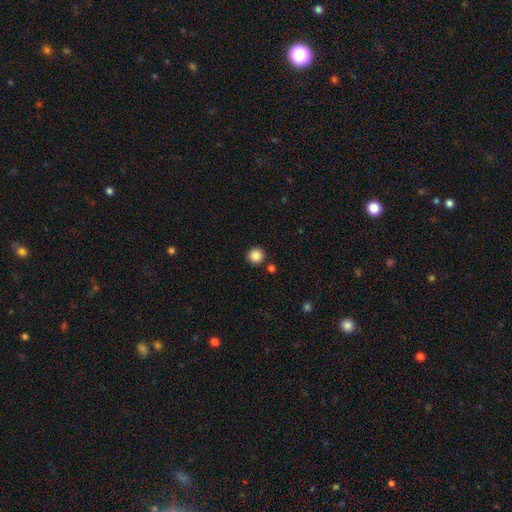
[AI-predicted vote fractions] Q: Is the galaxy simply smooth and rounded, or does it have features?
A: smooth — 86%.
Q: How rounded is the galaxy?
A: round — 95%.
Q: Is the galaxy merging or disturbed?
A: none — 89%.